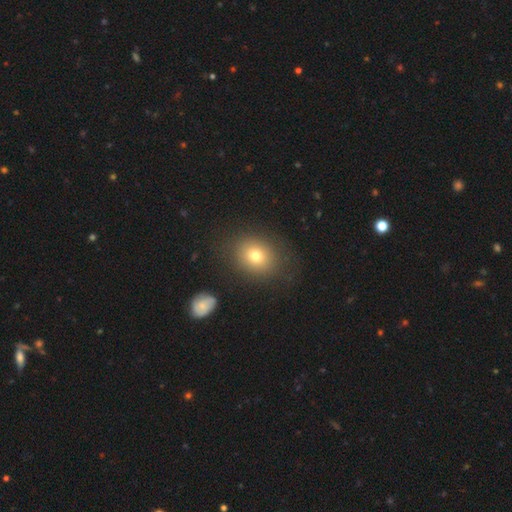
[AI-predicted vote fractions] smooth 74%, star or artifact 13%, featured or disk 13%. Down the decision tree: how rounded — round (59%); merging — none (81%).